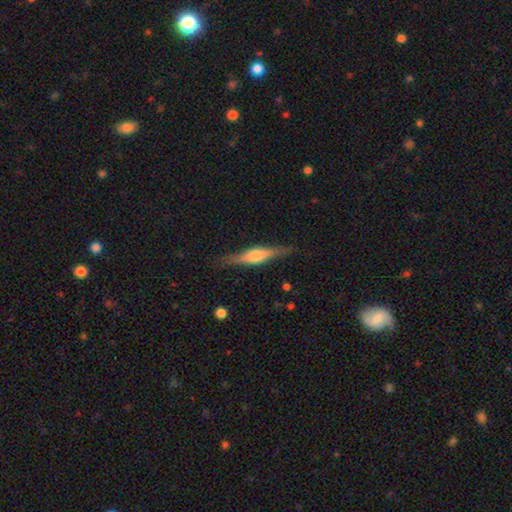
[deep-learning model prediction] Q: Smooth or featured?
A: featured or disk (57%); runner-up: smooth (37%)
Q: Edge-on disk?
A: yes (95%); runner-up: no (5%)
Q: Edge-on bulge?
A: rounded (72%); runner-up: boxy (21%)
Q: Merging?
A: none (83%); runner-up: minor disturbance (12%)